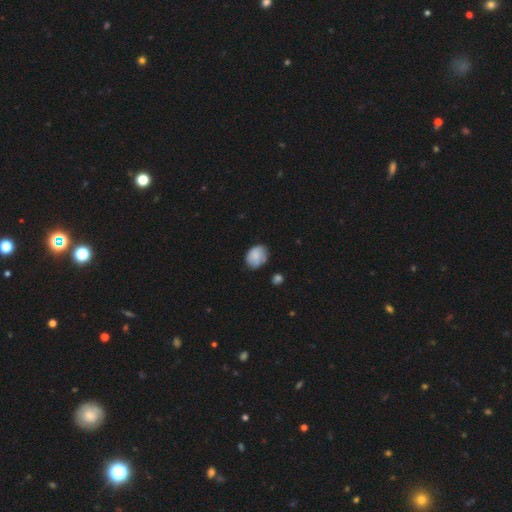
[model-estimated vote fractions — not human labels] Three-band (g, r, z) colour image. It shows a smooth galaxy with no disk features (77%) that is in between round and cigar-shaped (61%). Merging: none (62%).